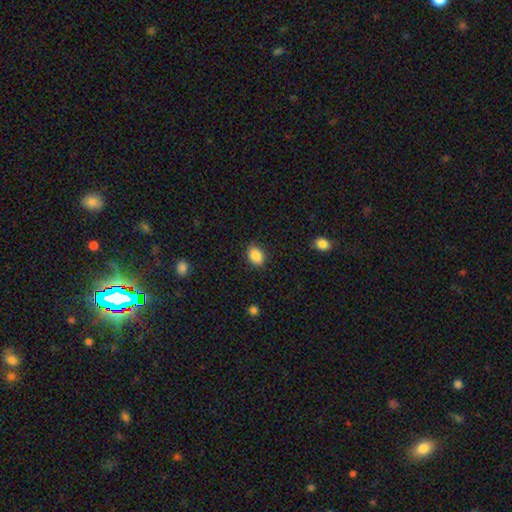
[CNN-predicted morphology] Overall: smooth (87%). How rounded: in between (63%; round 36%). Merging: none (86%).